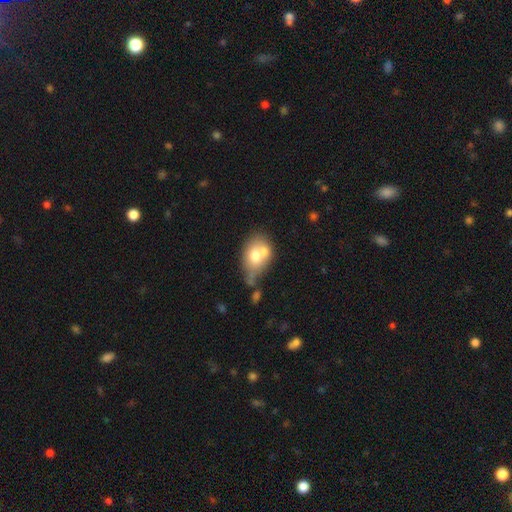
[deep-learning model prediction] smooth_or_featured: smooth (p=0.65) [alt: featured or disk p=0.27]
how_rounded: in between (p=0.67) [alt: round p=0.31]
merging: merger (p=0.43) [alt: none p=0.33]